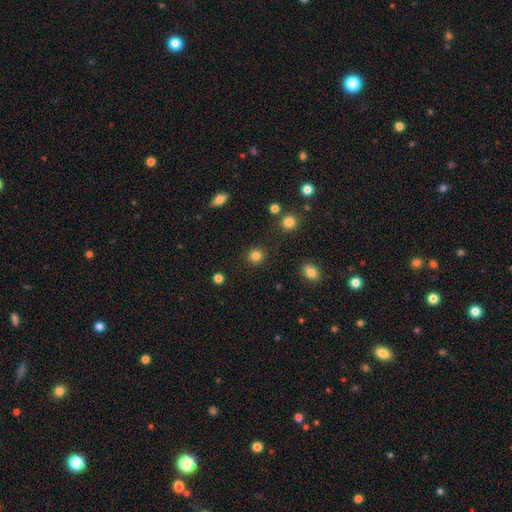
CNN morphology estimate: A smooth galaxy with no disk features (84%) that is round (89%). Merging: none (89%).